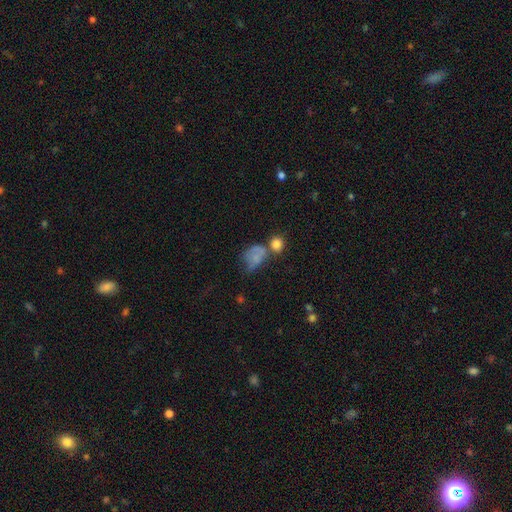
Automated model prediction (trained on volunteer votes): smooth_or_featured: smooth (p=0.68) [alt: featured or disk p=0.20]
how_rounded: in between (p=0.64) [alt: round p=0.34]
merging: merger (p=0.27) [alt: none p=0.25]